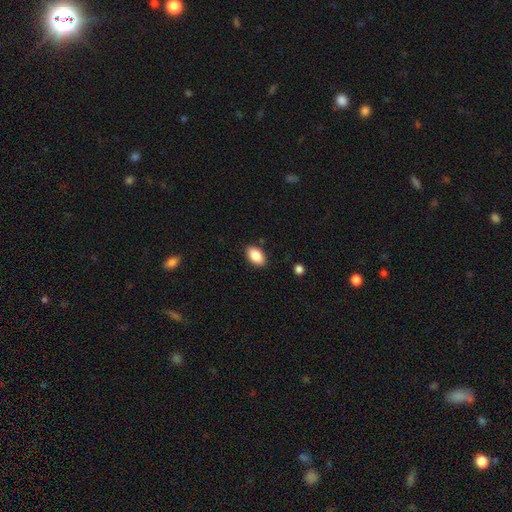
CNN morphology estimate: This is clearly a smooth galaxy (88%). How rounded: clearly in between (92%). Merging: clearly none (87%).